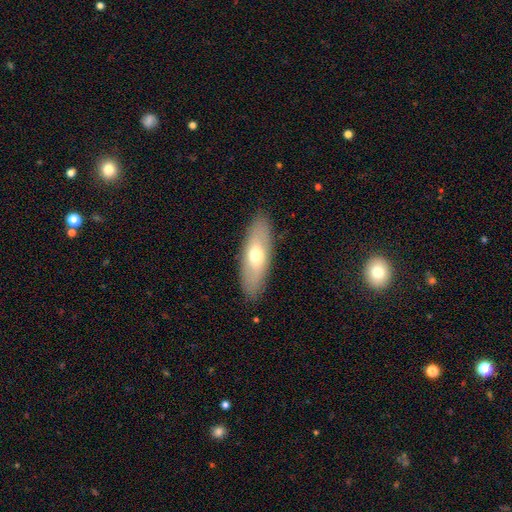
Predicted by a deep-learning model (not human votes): This is likely a smooth galaxy (63%). How rounded: likely in between (65%). Merging: clearly none (87%).